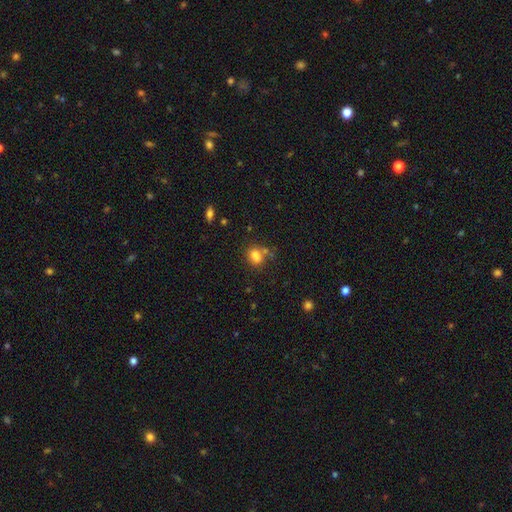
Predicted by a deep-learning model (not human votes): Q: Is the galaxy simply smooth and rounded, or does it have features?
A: smooth — 79%.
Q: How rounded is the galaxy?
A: in between — 67%.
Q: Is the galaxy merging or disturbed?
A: none — 53%.